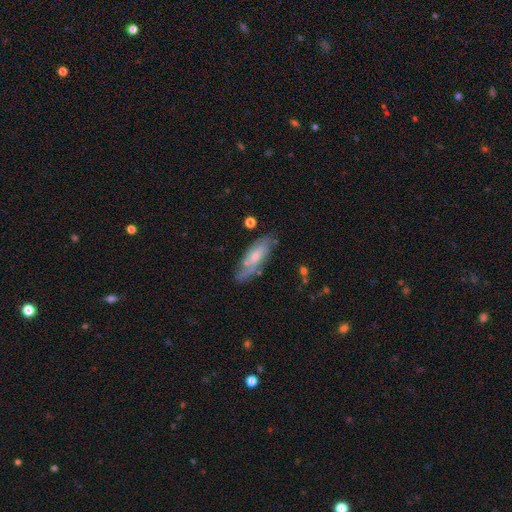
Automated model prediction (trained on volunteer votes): Smooth or featured? featured or disk (58%)
Edge-on disk? no (74%)
Merging? none (70%)